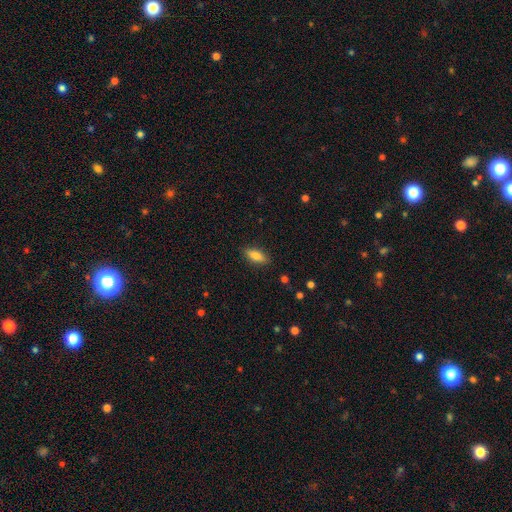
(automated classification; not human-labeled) Overall: smooth (80%). How rounded: in between (72%). Merging: none (87%).